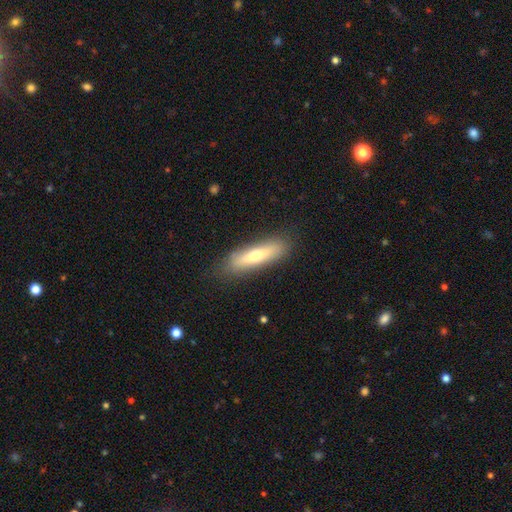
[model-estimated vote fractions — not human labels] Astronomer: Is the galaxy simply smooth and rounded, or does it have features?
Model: smooth — 65%.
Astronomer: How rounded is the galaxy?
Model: cigar-shaped — 69%.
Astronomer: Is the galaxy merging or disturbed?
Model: none — 85%.